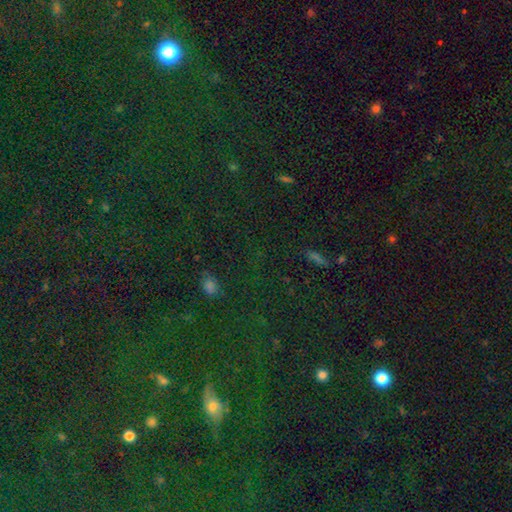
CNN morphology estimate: Q: Smooth or featured?
A: star or artifact (70%); runner-up: smooth (21%)